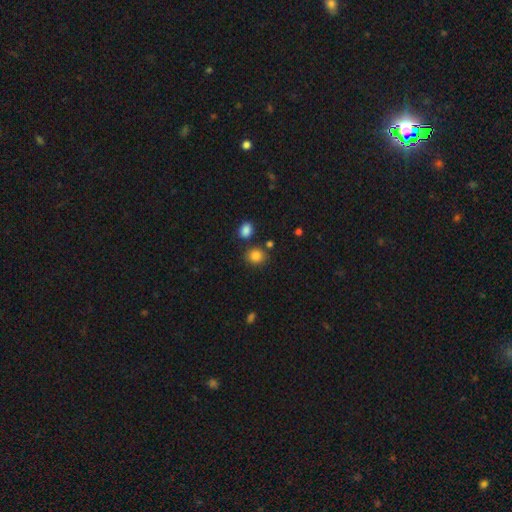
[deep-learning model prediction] Smooth or featured? smooth (84%)
How rounded? round (76%)
Merging? none (79%)